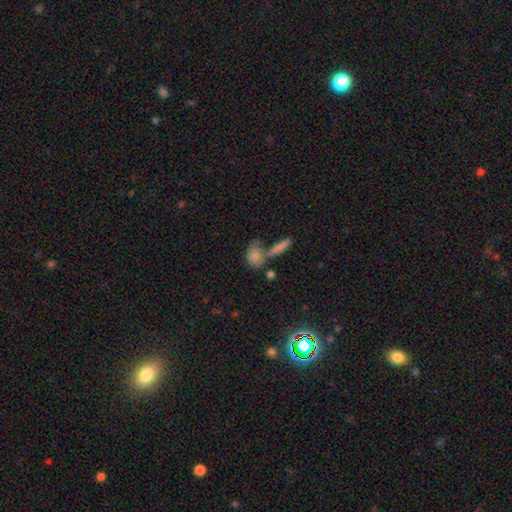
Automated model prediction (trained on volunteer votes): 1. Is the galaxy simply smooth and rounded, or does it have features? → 80% smooth, 11% featured or disk, 9% star or artifact.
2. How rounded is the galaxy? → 72% in between, 20% round, 8% cigar-shaped.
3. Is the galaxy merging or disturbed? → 44% none, 35% merger, 14% minor disturbance, 7% major disturbance.